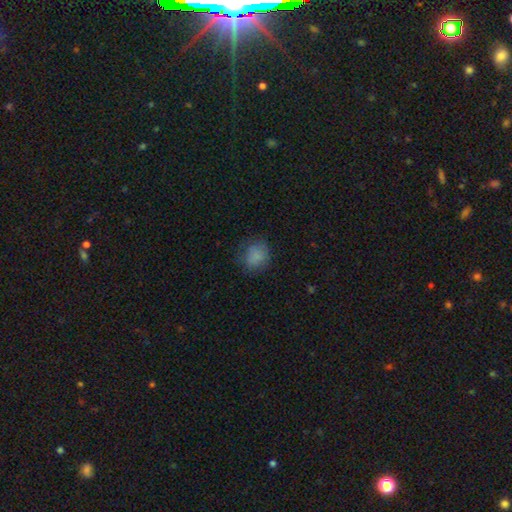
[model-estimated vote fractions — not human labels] Smooth or featured? smooth (82%)
How rounded? round (69%)
Merging? none (72%)